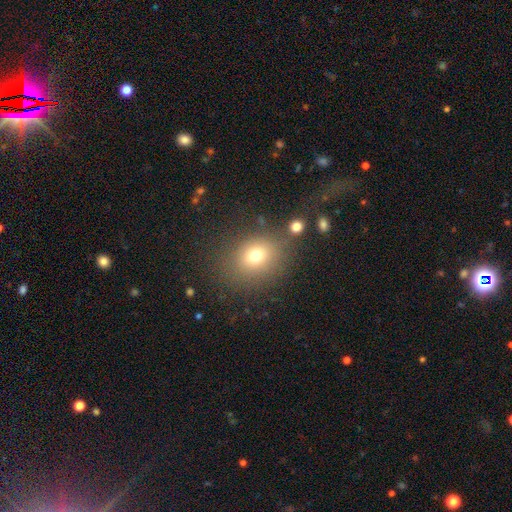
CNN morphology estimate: Smooth or featured? Predicted: smooth (p=0.72). How rounded? Predicted: round (p=0.63). Merging? Predicted: none (p=0.76).